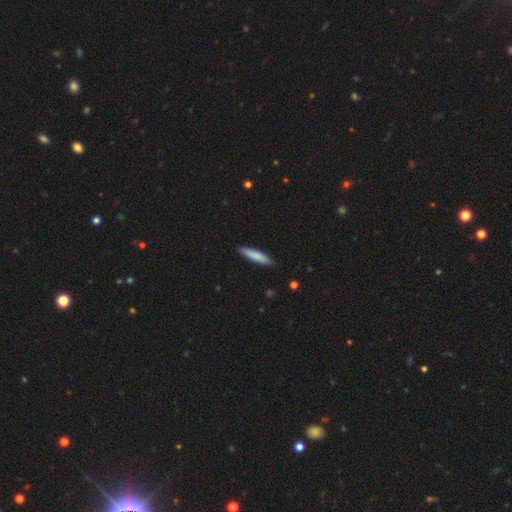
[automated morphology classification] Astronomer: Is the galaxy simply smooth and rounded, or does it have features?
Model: smooth — 84%.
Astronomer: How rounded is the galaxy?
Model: cigar-shaped — 84%.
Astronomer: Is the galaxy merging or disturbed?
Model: none — 88%.